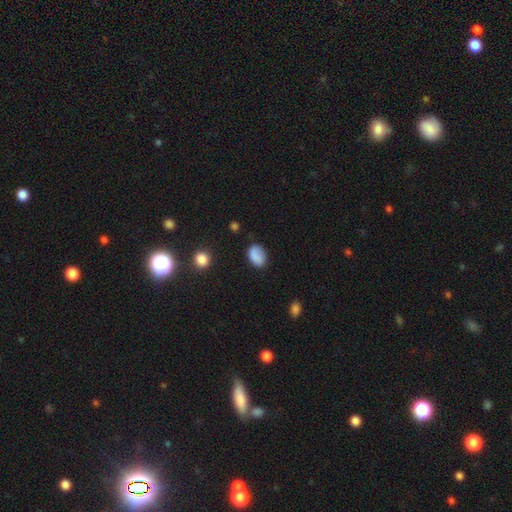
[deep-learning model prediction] Smooth or featured?
  - smooth: 84% *
  - star or artifact: 9%
  - featured or disk: 7%
How rounded?
  - in between: 83% *
  - round: 16%
  - cigar-shaped: 1%
Merging?
  - none: 72% *
  - minor disturbance: 21%
  - major disturbance: 5%
  - merger: 2%